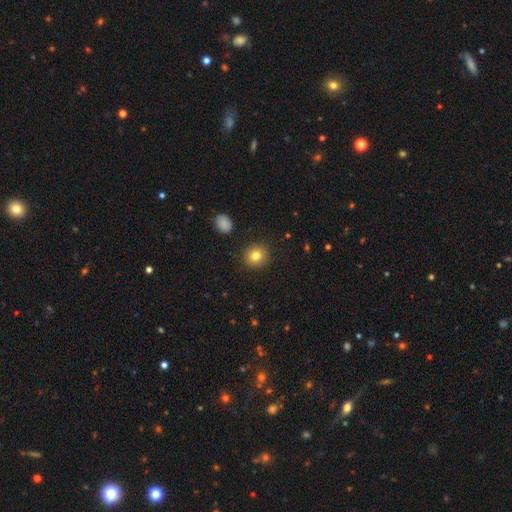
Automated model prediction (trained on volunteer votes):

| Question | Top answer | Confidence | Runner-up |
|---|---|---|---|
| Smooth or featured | smooth | 81% | star or artifact (11%) |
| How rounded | round | 89% | in between (11%) |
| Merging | none | 91% | minor disturbance (6%) |